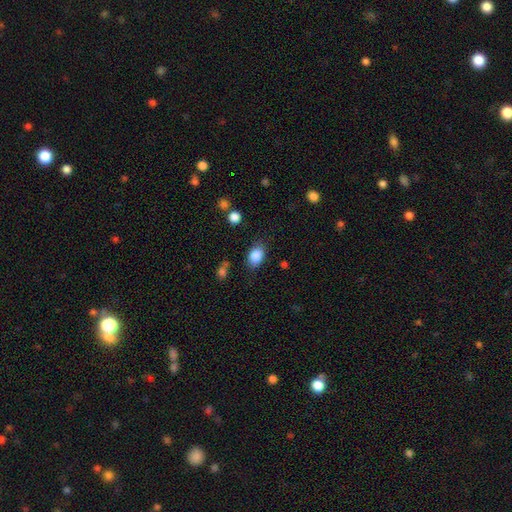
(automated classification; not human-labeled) A smooth galaxy with no disk features (86%) that is in between round and cigar-shaped (81%).

Vote fractions:
- Smooth or featured? smooth: 86% / star or artifact: 8% / featured or disk: 5%
- How rounded? in between: 81% / round: 18% / cigar-shaped: 1%
- Merging? none: 79% / minor disturbance: 14% / major disturbance: 4% / merger: 2%